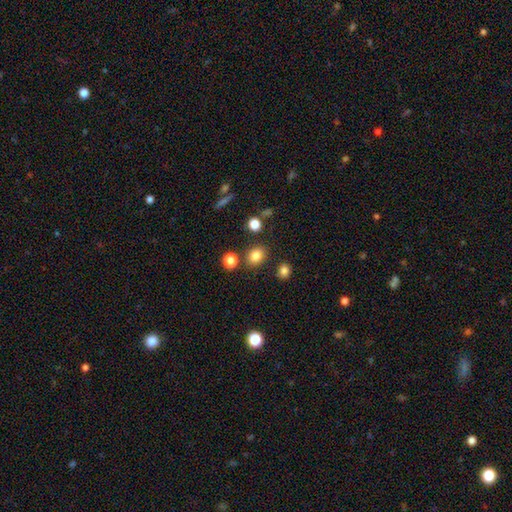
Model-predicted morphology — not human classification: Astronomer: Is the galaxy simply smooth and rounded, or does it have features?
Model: smooth — 82%.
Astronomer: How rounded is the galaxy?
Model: round — 60% (runner-up: in between, 39%).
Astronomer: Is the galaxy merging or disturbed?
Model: none — 81%.